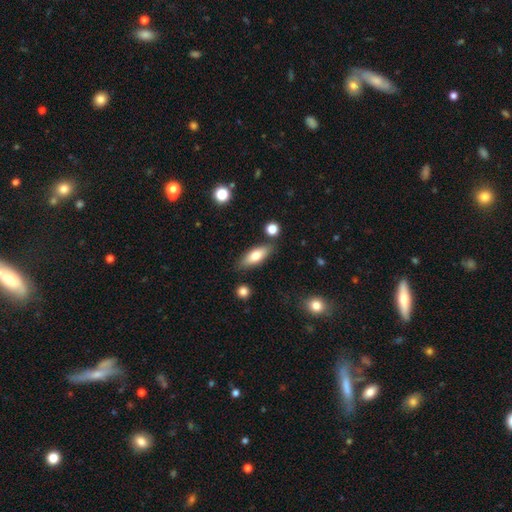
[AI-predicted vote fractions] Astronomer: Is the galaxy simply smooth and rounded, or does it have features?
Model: smooth — 69%.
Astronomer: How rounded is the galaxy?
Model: in between — 66%.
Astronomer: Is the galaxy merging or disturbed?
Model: none — 81%.